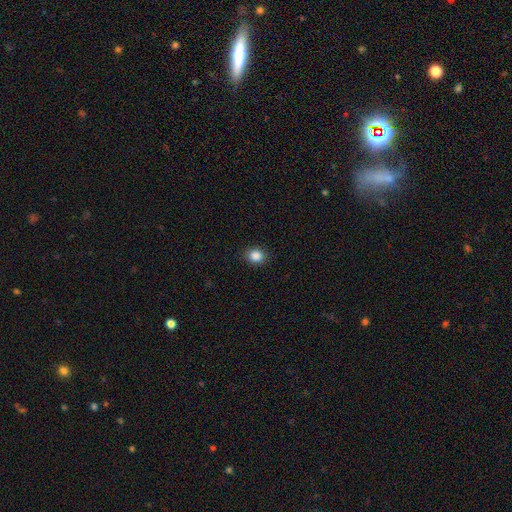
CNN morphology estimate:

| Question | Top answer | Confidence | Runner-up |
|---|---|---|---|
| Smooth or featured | smooth | 86% | star or artifact (10%) |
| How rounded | round | 68% | in between (32%) |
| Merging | none | 91% | minor disturbance (6%) |